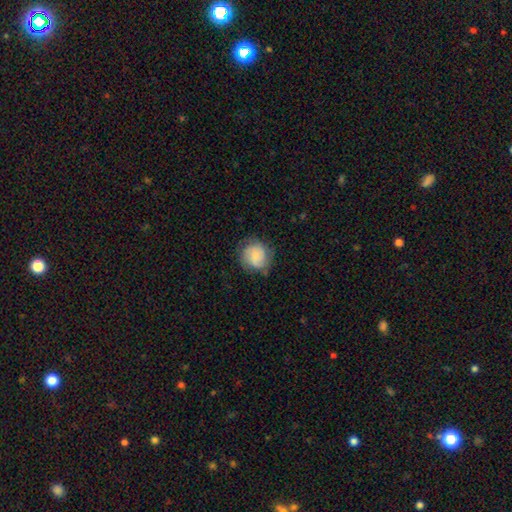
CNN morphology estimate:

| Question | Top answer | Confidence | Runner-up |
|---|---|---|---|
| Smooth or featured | smooth | 59% | featured or disk (33%) |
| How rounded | round | 89% | in between (10%) |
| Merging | none | 73% | minor disturbance (19%) |